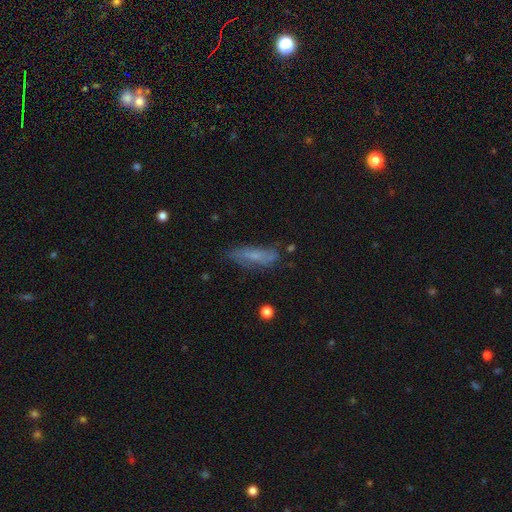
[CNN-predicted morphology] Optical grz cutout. It shows a smooth galaxy with no disk features (61%) that is cigar-shaped (60%). Merging: none (67%).